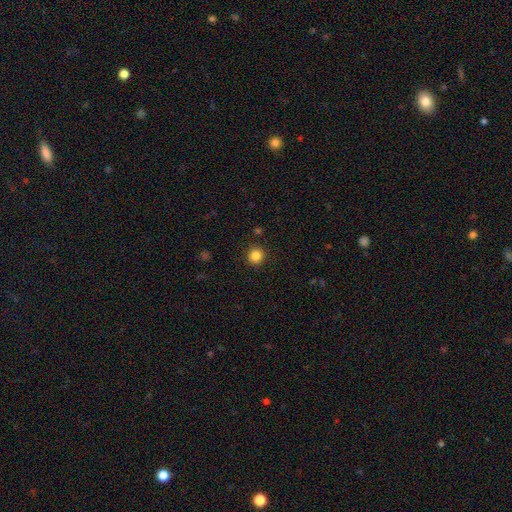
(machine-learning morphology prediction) Smooth or featured?
  - smooth: 84% *
  - star or artifact: 12%
  - featured or disk: 4%
How rounded?
  - round: 93% *
  - in between: 6%
  - cigar-shaped: 1%
Merging?
  - none: 92% *
  - minor disturbance: 5%
  - major disturbance: 2%
  - merger: 1%